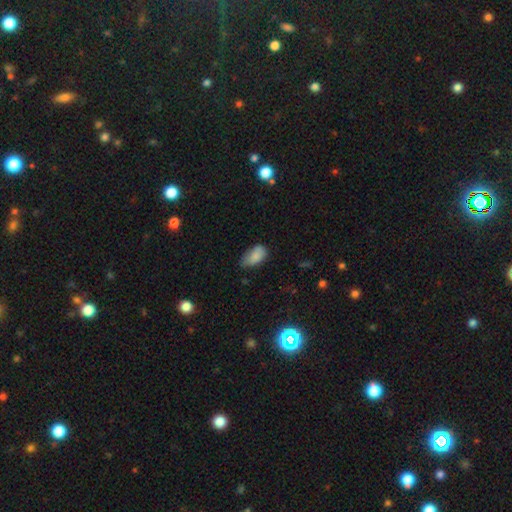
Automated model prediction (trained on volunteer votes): smooth 84%, star or artifact 8%, featured or disk 8%. Down the decision tree: how rounded — in between (93%); merging — none (46%).